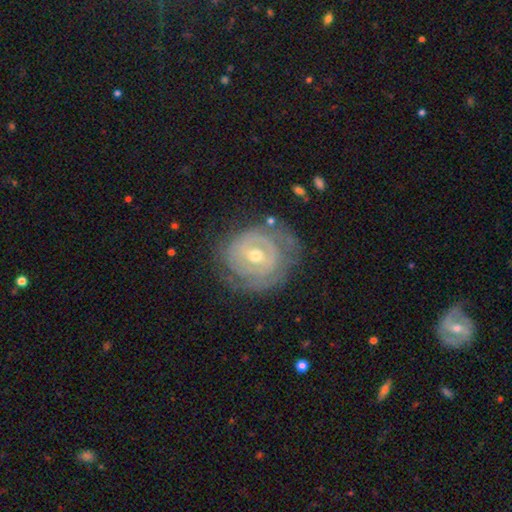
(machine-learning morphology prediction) A featured or disk galaxy (77%) with a weak bar (44%), tight (75%) spiral arms (74%) and a moderate central bulge (56%).

Vote fractions:
- Smooth or featured? featured or disk: 77% / smooth: 17% / star or artifact: 6%
- Edge-on disk? no: 97% / yes: 3%
- Bar? weak: 44% / no: 41% / strong: 15%
- Spiral arms? yes: 74% / no: 26%
- Spiral winding? tight: 75% / medium: 18% / loose: 7%
- Spiral arm count? can't tell: 47% / 2: 28% / 3: 10% / 1: 7% / 4: 4% / more than 4: 3%
- Bulge size? moderate: 56% / small: 41% / large: 2% / none: 1% / dominant: 1%
- Merging? none: 67% / minor disturbance: 21% / major disturbance: 10% / merger: 2%